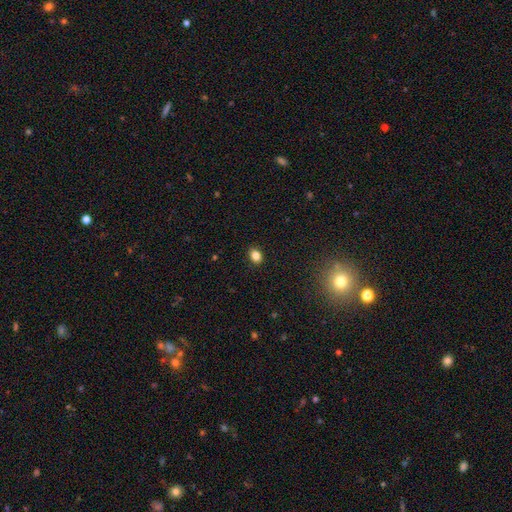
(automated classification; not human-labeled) This appears to be a smooth galaxy with no disk features (84%) that is in between round and cigar-shaped (64%). Merging: none (89%).